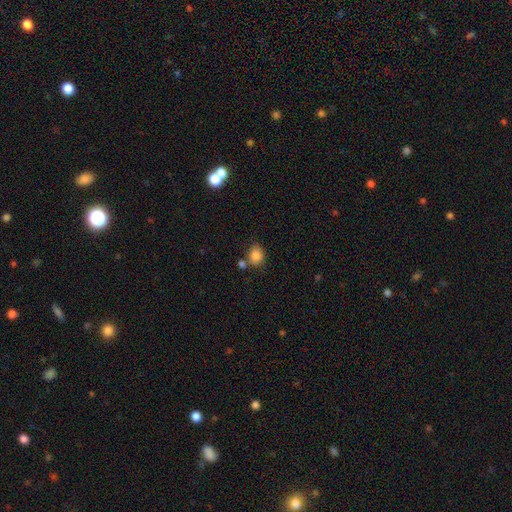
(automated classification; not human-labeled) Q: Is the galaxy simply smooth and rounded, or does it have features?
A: smooth — 84%.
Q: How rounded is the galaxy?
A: round — 50%.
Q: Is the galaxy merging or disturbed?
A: none — 66%.